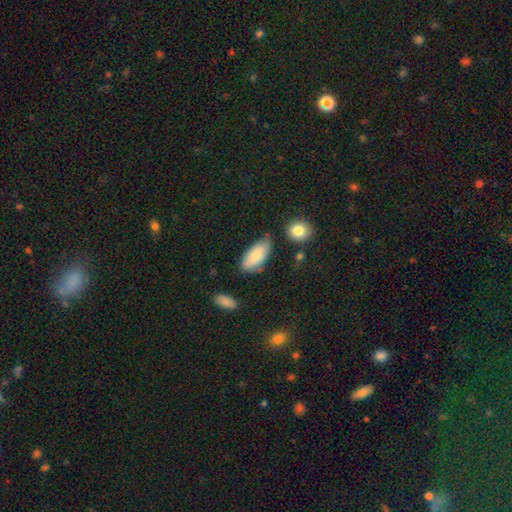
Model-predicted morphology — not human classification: Smooth or featured: smooth — 78% (featured or disk — 16%)
How rounded: in between — 90% (cigar-shaped — 8%)
Merging: none — 62% (minor disturbance — 26%)